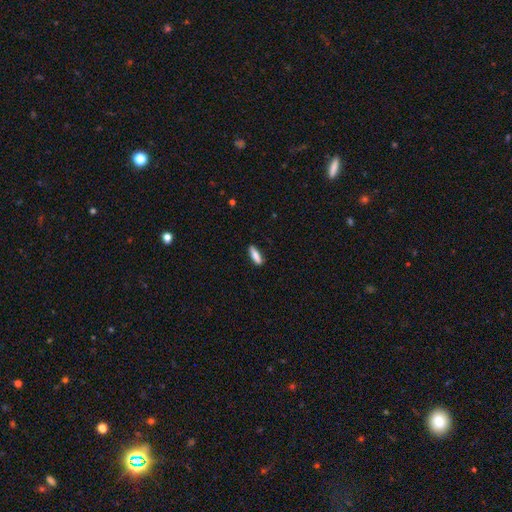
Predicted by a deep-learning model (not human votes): smooth_or_featured: smooth (p=0.82) [alt: featured or disk p=0.11]
how_rounded: cigar-shaped (p=0.60) [alt: in between p=0.38]
merging: none (p=0.86) [alt: minor disturbance p=0.11]